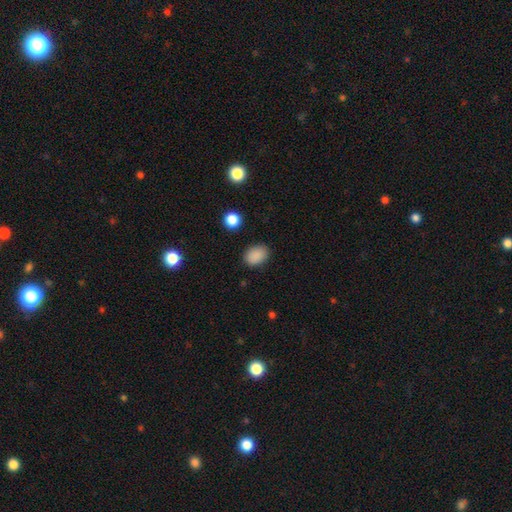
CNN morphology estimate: The model was most divided on "how rounded": in between: 74%, round: 25%, cigar-shaped: 1%. More confident: smooth or featured — smooth (87%); merging — none (86%).